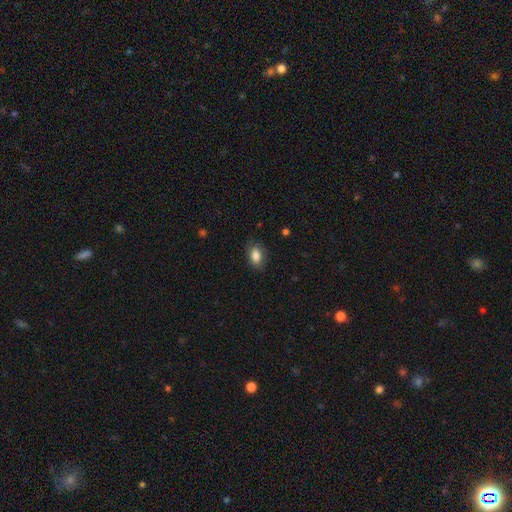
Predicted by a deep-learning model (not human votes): Morphology: type=smooth (84%); roundness=in between (87%); merging=none (80%).